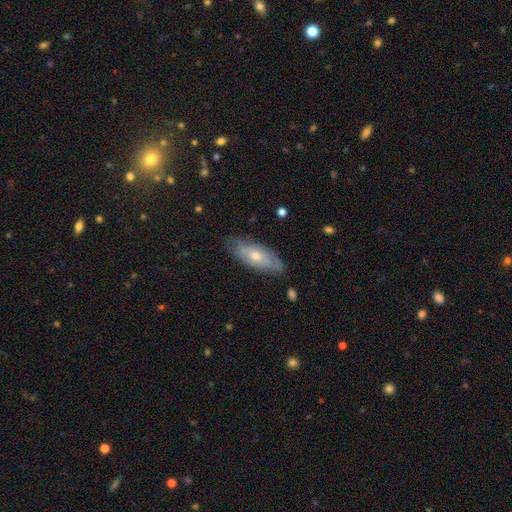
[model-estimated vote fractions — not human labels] This appears to be a featured or disk galaxy (49%). Merging: none (78%).